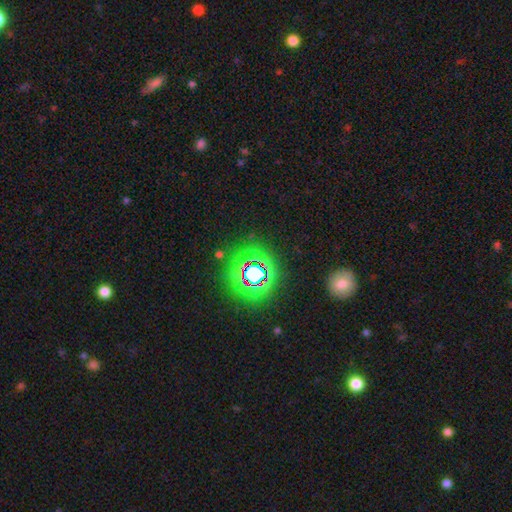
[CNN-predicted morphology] This is likely a star or artifact rather than a galaxy (78%).